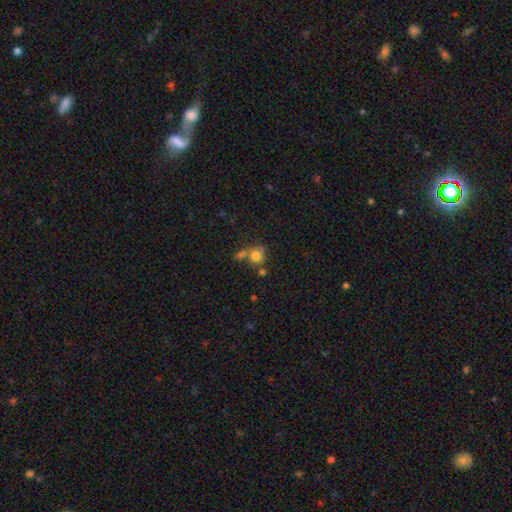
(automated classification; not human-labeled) A smooth galaxy with no disk features (78%) that is round (79%). Merging: none (47%).